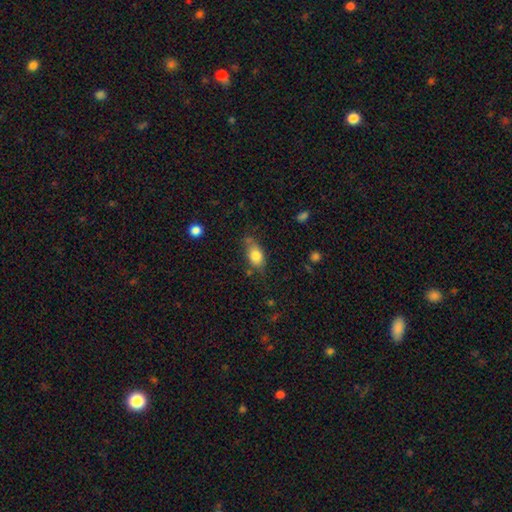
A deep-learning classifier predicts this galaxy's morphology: smooth 80%, featured or disk 12%, star or artifact 8%. Down the decision tree: how rounded — in between (83%); merging — none (60%).